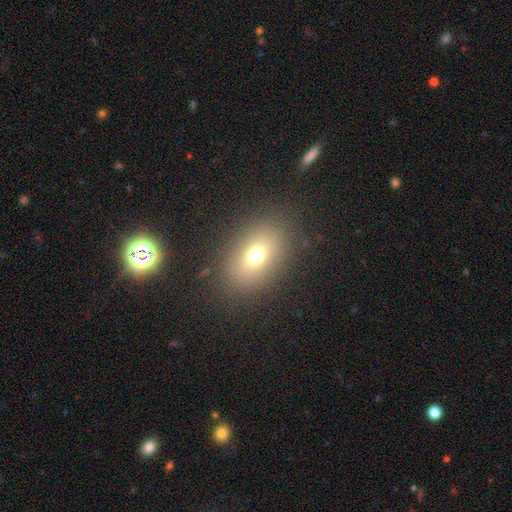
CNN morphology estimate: smooth 71%, featured or disk 14%, star or artifact 14%. Down the decision tree: how rounded — in between (79%); merging — none (85%).